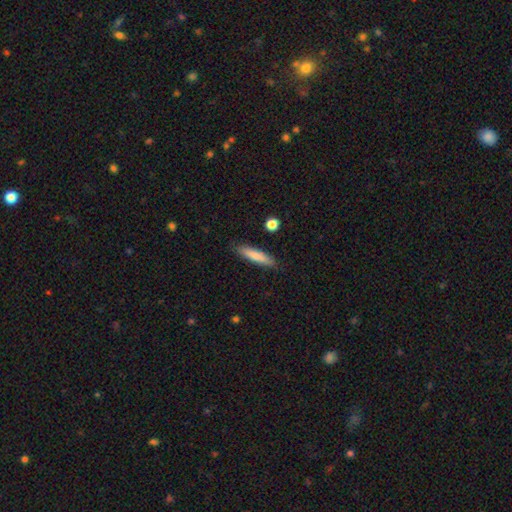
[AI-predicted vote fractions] smooth 79%, featured or disk 14%, star or artifact 6%. Down the decision tree: how rounded — cigar-shaped (85%); merging — none (87%).